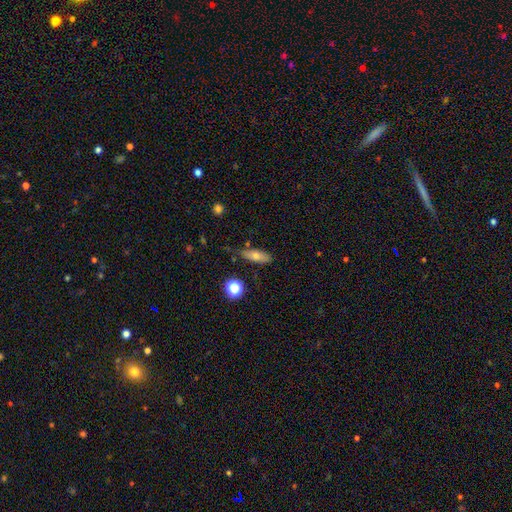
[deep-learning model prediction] Overall: smooth (67%). How rounded: in between (56%; cigar-shaped 38%). Merging: none (73%).